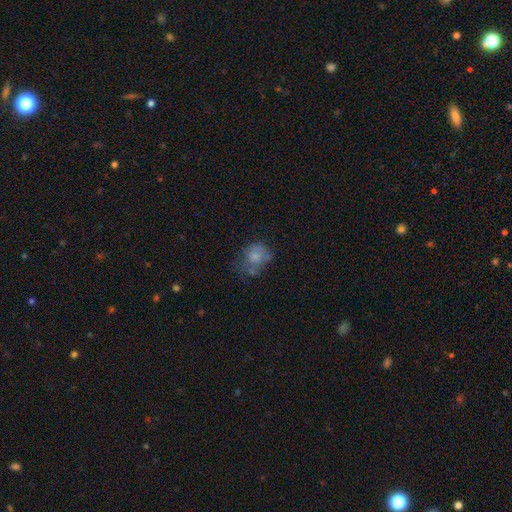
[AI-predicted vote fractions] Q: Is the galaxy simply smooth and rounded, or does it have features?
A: smooth — 69%.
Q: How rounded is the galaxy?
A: round — 54%.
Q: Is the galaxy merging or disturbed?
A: none — 37%.